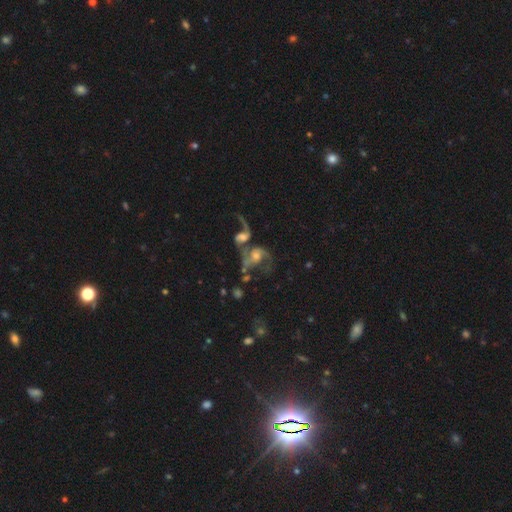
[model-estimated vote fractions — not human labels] A featured or disk galaxy (76%) with no bar (63%), 2 (69%) loose (53%) spiral arms (87%) and a moderate central bulge (54%). Merging: merger (61%).